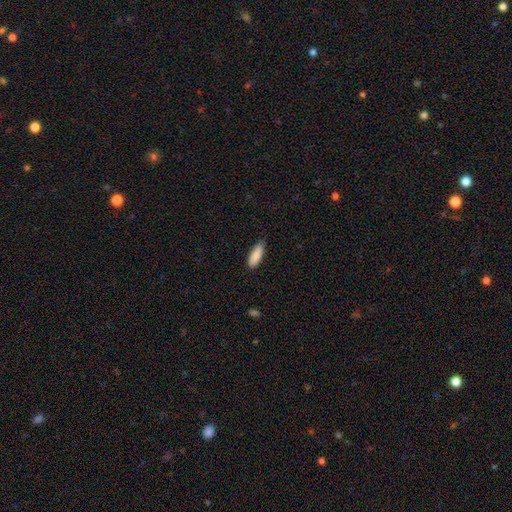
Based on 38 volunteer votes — Morphology: type=smooth (84%); roundness=in between (56%); merging=none (56%).